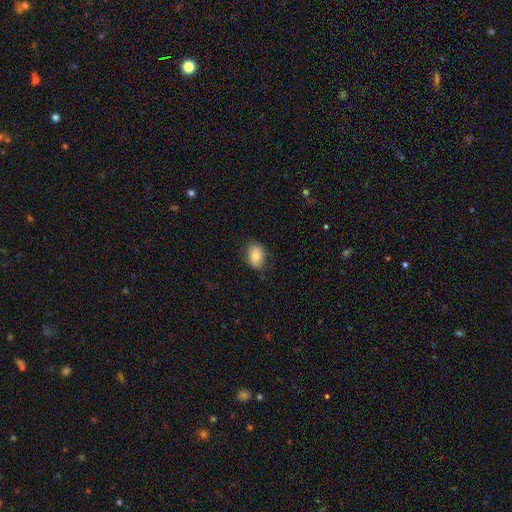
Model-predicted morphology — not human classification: A smooth galaxy with no disk features (79%) that is in between round and cigar-shaped (70%). Merging: none (80%).